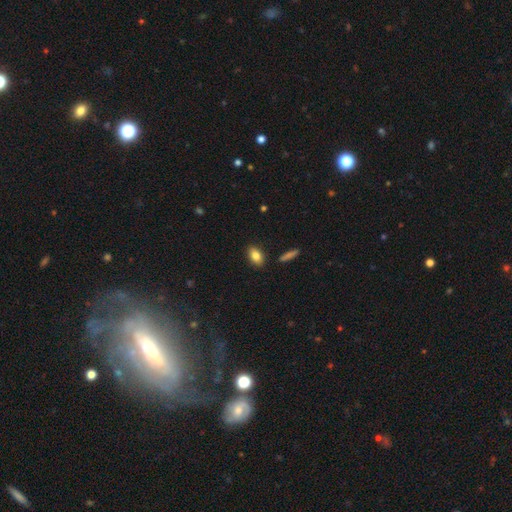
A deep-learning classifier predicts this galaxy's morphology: Overall: smooth (84%). How rounded: in between (87%). Merging: none (88%).